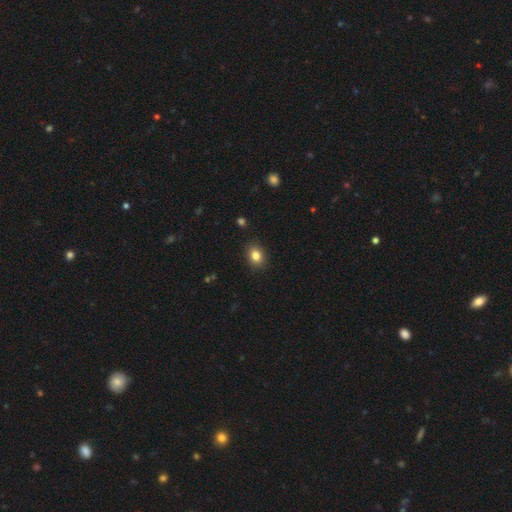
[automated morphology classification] type=smooth (83%); roundness=in between (60%); merging=none (89%).